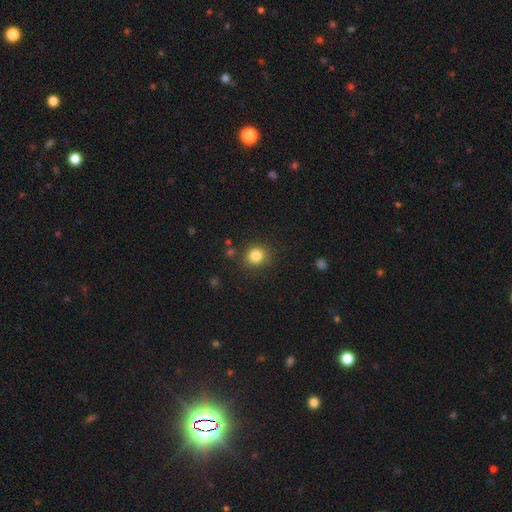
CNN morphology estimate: Overall: smooth (83%). How rounded: round (83%). Merging: none (86%).